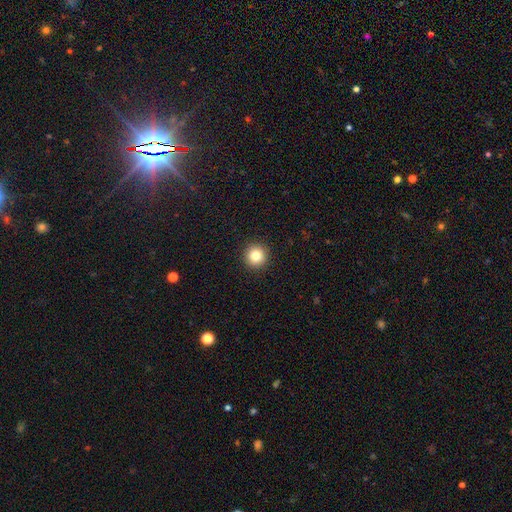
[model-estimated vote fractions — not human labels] Smooth or featured: smooth — 82% (star or artifact — 11%)
How rounded: round — 95% (in between — 4%)
Merging: none — 93% (minor disturbance — 4%)